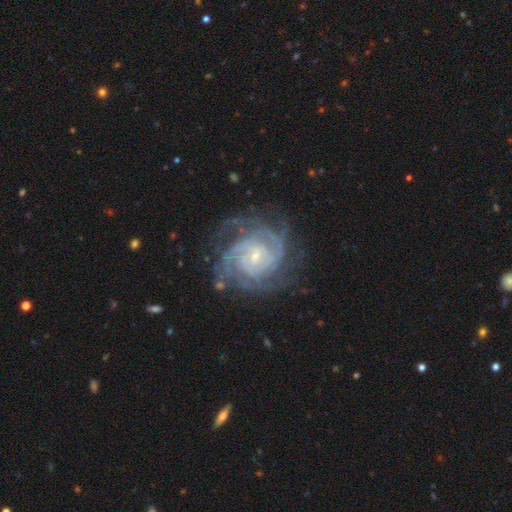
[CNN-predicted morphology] This appears to be a featured or disk galaxy (90%) with no bar (58%), 3 (24%) tight (73%) spiral arms (98%) and a small central bulge (71%). Merging: none (77%).